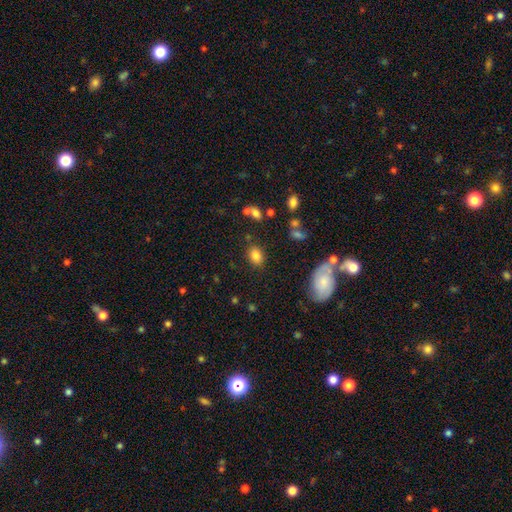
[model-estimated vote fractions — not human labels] Smooth or featured? smooth (82%)
How rounded? in between (75%)
Merging? none (81%)